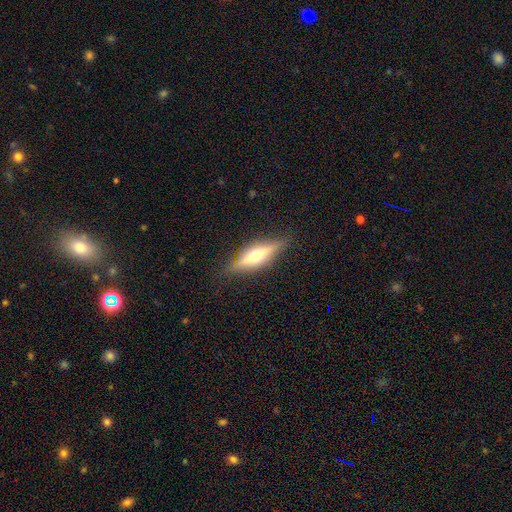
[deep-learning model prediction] Q: Smooth or featured?
A: featured or disk (65%); runner-up: smooth (28%)
Q: Edge-on disk?
A: yes (93%); runner-up: no (7%)
Q: Edge-on bulge?
A: rounded (90%); runner-up: boxy (5%)
Q: Merging?
A: none (86%); runner-up: minor disturbance (10%)